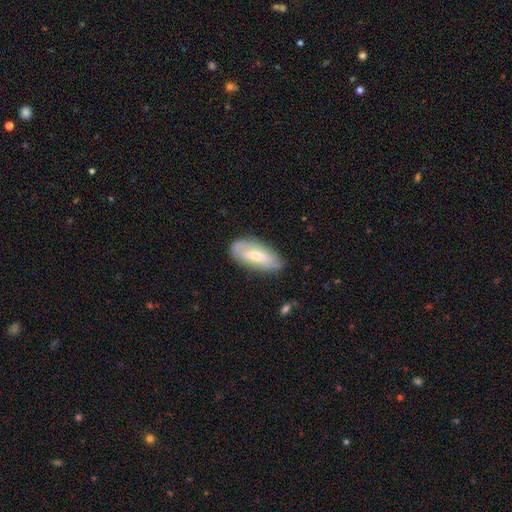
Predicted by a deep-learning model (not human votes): A featured or disk galaxy (63%) with a weak bar (43%), spiral arms (76%) and a moderate central bulge (51%).

Vote fractions:
- Smooth or featured? featured or disk: 63% / smooth: 30% / star or artifact: 6%
- Edge-on disk? no: 88% / yes: 12%
- Bar? weak: 43% / strong: 29% / no: 27%
- Spiral arms? yes: 76% / no: 24%
- Bulge size? moderate: 51% / small: 43% / large: 3% / none: 2% / dominant: 1%
- Merging? none: 75% / minor disturbance: 19% / major disturbance: 5% / merger: 2%